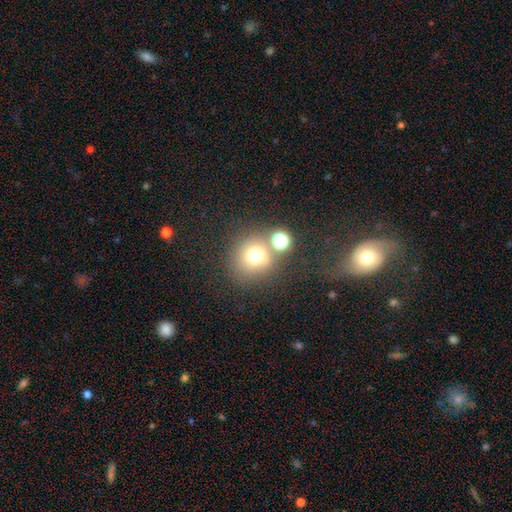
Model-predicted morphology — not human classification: Smooth or featured: smooth — 70% (star or artifact — 18%)
How rounded: round — 89% (in between — 10%)
Merging: none — 63% (merger — 21%)